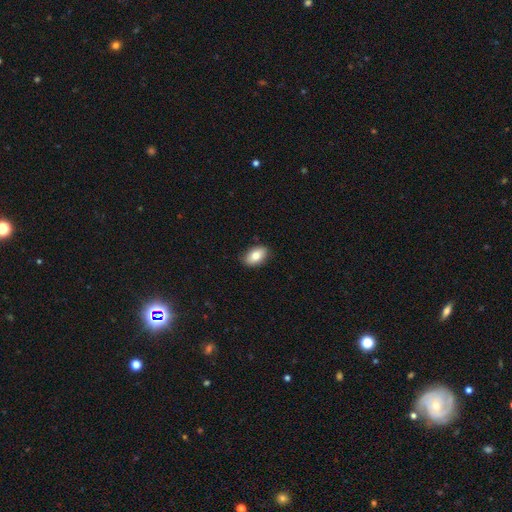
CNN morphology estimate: A smooth galaxy with no disk features (80%) that is in between round and cigar-shaped (90%). Merging: none (87%).